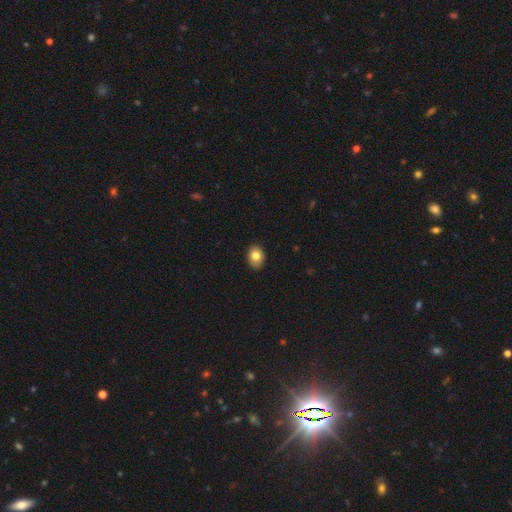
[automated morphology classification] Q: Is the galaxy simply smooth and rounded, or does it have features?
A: smooth — 81%.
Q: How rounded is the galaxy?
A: in between — 61%.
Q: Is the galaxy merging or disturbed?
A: none — 88%.